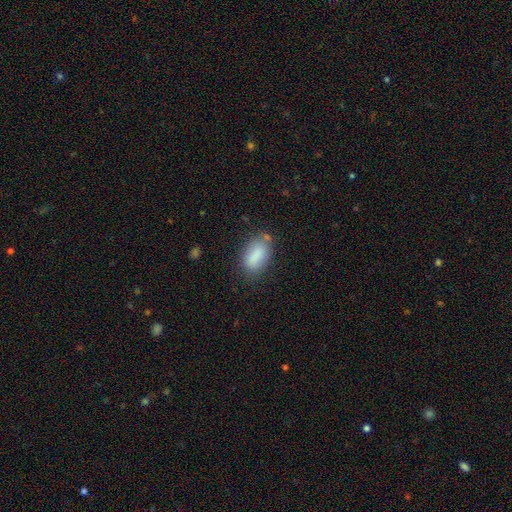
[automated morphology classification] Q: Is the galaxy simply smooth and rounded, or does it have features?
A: smooth — 85%.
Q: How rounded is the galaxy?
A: in between — 89%.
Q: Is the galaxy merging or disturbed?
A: none — 70%.